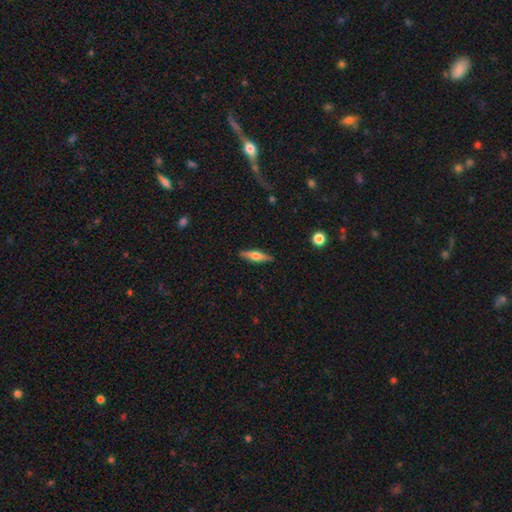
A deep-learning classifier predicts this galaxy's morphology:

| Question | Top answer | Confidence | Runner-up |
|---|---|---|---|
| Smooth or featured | featured or disk | 52% | smooth (42%) |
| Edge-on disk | yes | 94% | no (6%) |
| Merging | none | 89% | minor disturbance (8%) |